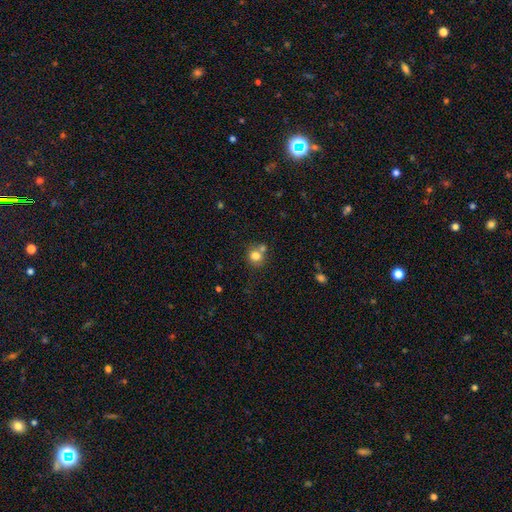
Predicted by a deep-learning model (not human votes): smooth 79%, star or artifact 11%, featured or disk 10%. Down the decision tree: how rounded — round (82%); merging — none (55%).